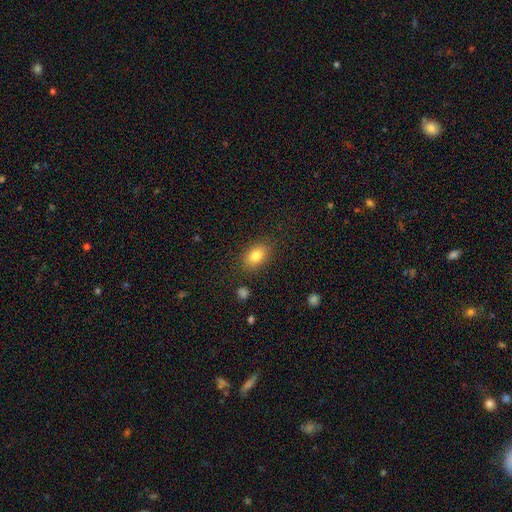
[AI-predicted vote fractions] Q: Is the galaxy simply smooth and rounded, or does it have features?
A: smooth — 82%.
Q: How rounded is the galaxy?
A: in between — 84%.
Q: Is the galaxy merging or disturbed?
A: none — 85%.